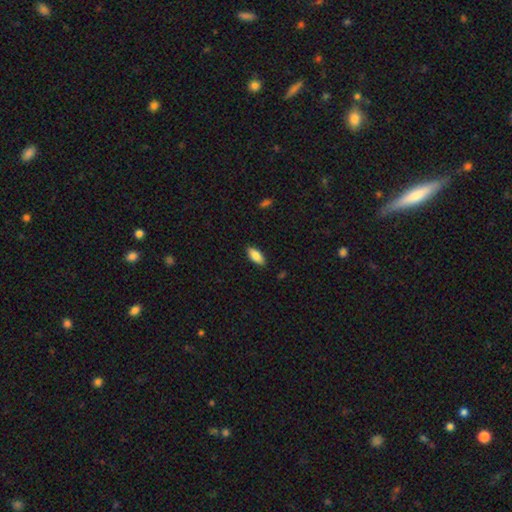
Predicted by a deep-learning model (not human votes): Smooth or featured? Predicted: smooth (p=0.86). How rounded? Predicted: in between (p=0.84). Merging? Predicted: none (p=0.87).